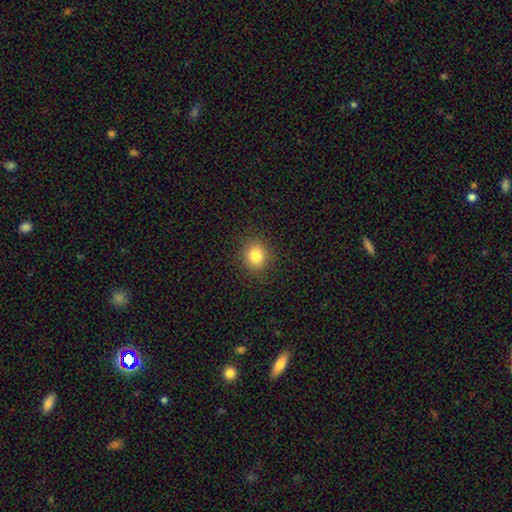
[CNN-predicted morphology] A smooth galaxy with no disk features (82%) that is round (80%). Merging: none (89%).